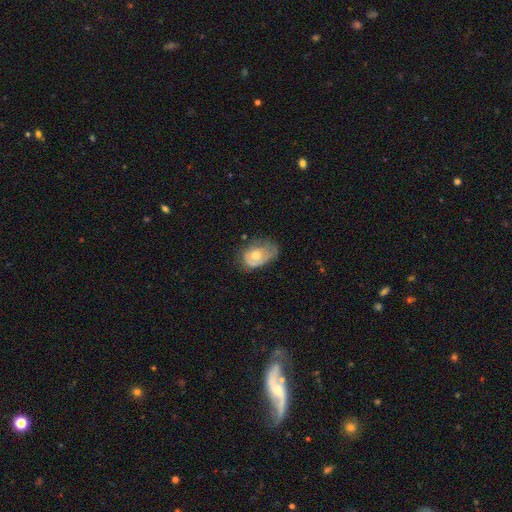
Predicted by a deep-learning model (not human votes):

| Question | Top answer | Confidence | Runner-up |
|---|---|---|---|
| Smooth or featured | smooth | 49% | featured or disk (44%) |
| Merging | none | 38% | tied: minor disturbance (38%) |